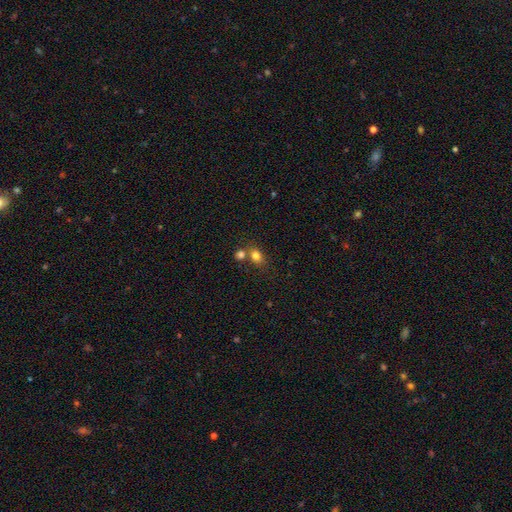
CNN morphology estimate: Smooth or featured?
  - smooth: 80% *
  - star or artifact: 12%
  - featured or disk: 8%
How rounded?
  - in between: 59% *
  - round: 39%
  - cigar-shaped: 1%
Merging?
  - none: 54% *
  - merger: 31%
  - minor disturbance: 11%
  - major disturbance: 4%